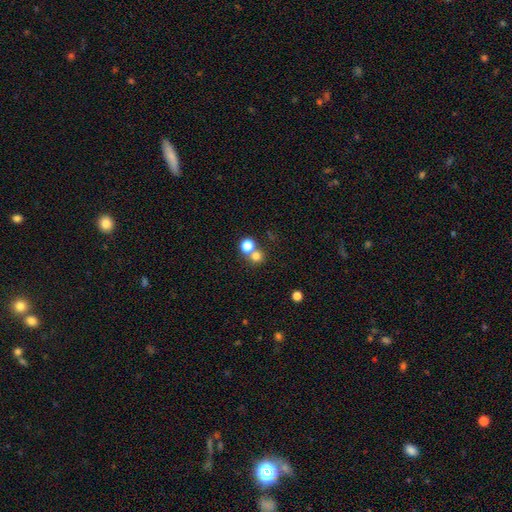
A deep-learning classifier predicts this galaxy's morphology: Overall: smooth (75%). How rounded: round (89%). Merging: none (54%; merger 37%).